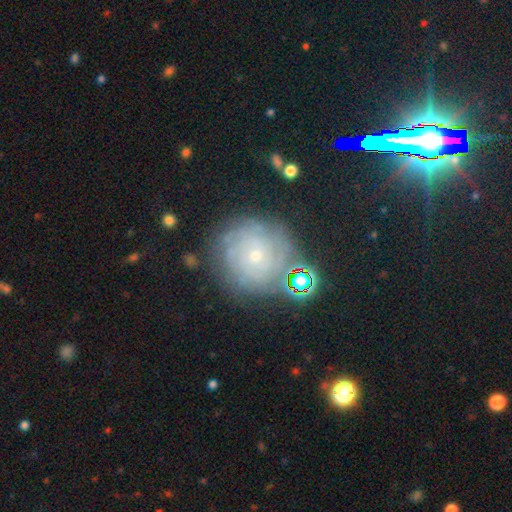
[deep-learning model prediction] The model was most divided on "spiral arm count": can't tell: 47%, 4: 13%, 3: 12%, 2: 11%, more than 4: 10%, 1: 6%. More confident: edge-on disk — no (97%); spiral arms — yes (90%); bar — no (80%); spiral winding — tight (80%); merging — none (78%); bulge size — small (78%); smooth or featured — featured or disk (68%).